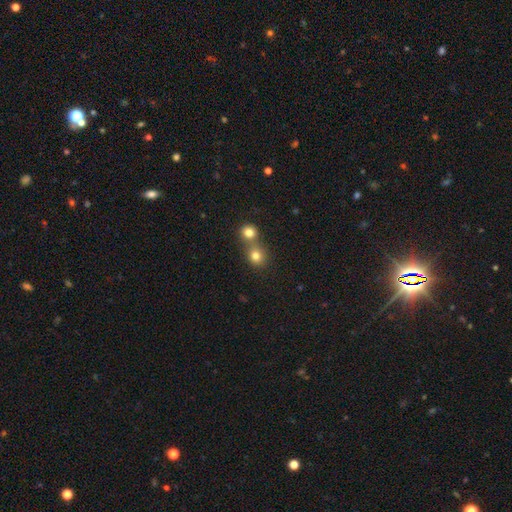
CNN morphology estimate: smooth 79%, star or artifact 14%, featured or disk 8%. Down the decision tree: how rounded — round (84%); merging — merger (46%, tied with none).